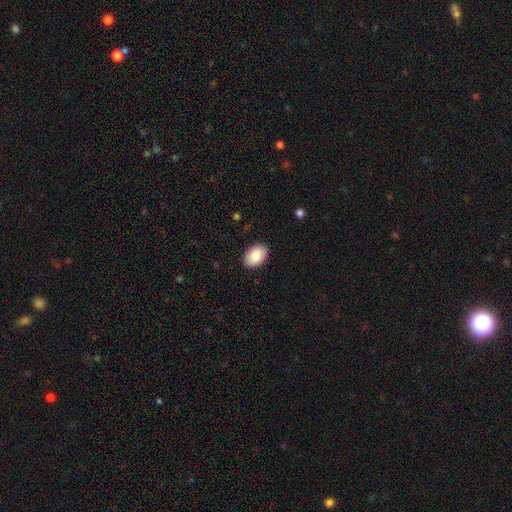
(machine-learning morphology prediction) smooth-or-featured: smooth: 84% | featured or disk: 9% | star or artifact: 7%
  how-rounded: in between: 89% | round: 10% | cigar-shaped: 1%
  merging: none: 90% | minor disturbance: 7% | major disturbance: 2% | merger: 1%